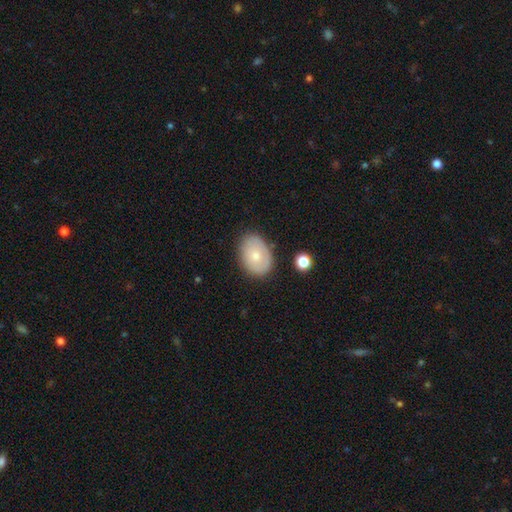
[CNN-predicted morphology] type=smooth (65%); roundness=in between (80%); merging=none (79%).